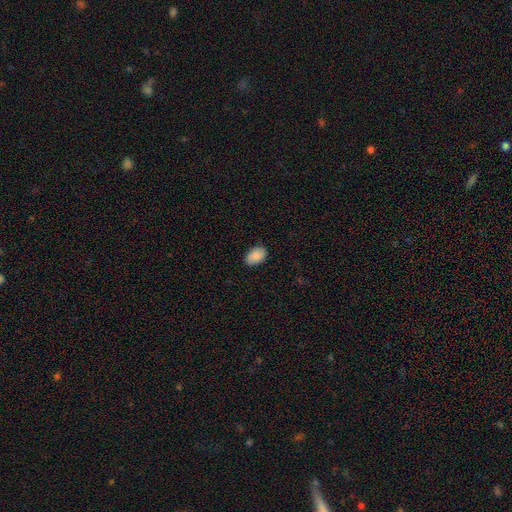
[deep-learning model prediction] A smooth galaxy with no disk features (85%) that is in between round and cigar-shaped (89%).

Vote fractions:
- Smooth or featured? smooth: 85% / featured or disk: 8% / star or artifact: 7%
- How rounded? in between: 89% / round: 10% / cigar-shaped: 1%
- Merging? none: 83% / minor disturbance: 13% / major disturbance: 2% / merger: 1%